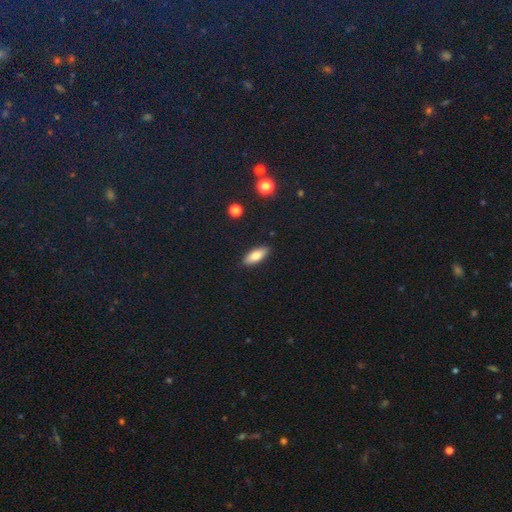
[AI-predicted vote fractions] smooth-or-featured: smooth: 81% | featured or disk: 12% | star or artifact: 7%
  how-rounded: in between: 77% | cigar-shaped: 21% | round: 2%
  merging: none: 88% | minor disturbance: 9% | major disturbance: 2% | merger: 1%